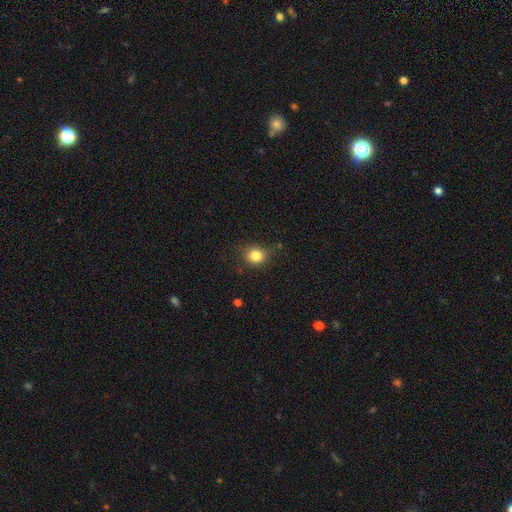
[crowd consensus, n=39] A smooth galaxy with no disk features (90%) that is round (83%). Merging: none (75%).